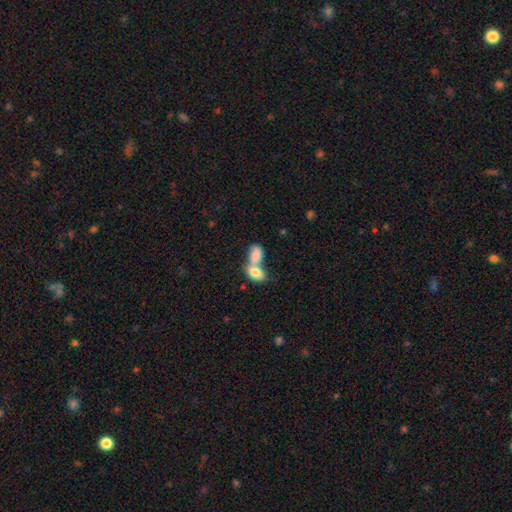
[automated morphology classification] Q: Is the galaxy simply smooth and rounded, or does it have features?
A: smooth — 80%.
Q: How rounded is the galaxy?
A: in between — 88%.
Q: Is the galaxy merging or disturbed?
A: merger — 78%.